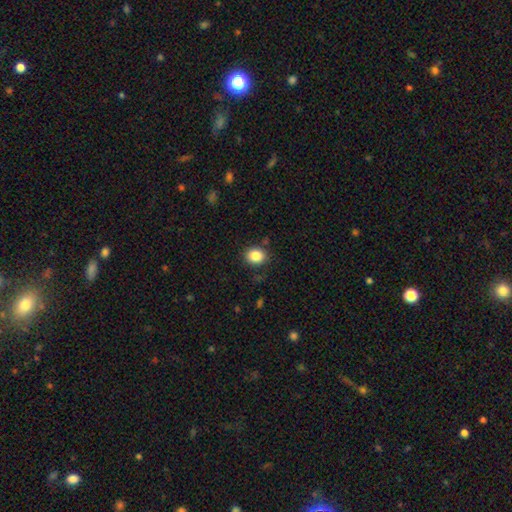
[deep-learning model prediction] This is clearly a smooth galaxy (85%). How rounded: likely round (64%). Merging: clearly none (86%).